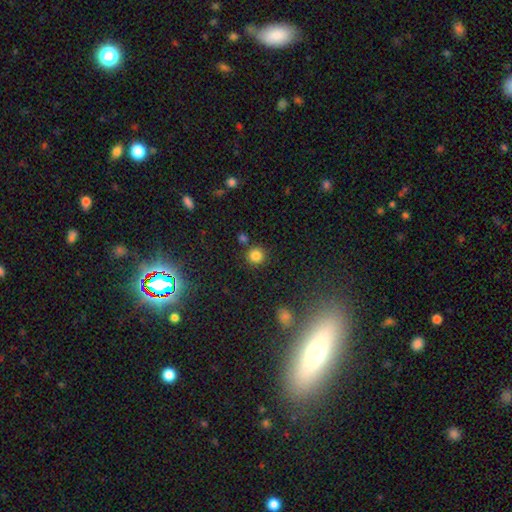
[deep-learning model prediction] Smooth or featured? Predicted: smooth (p=0.81). How rounded? Predicted: round (p=0.93). Merging? Predicted: none (p=0.83).